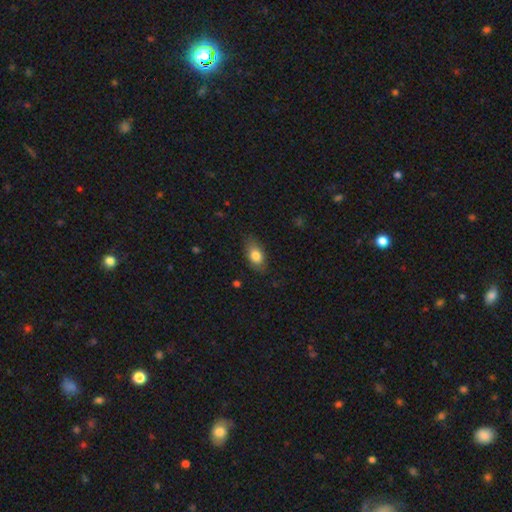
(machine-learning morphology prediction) type=smooth (79%); roundness=in between (87%); merging=none (79%).